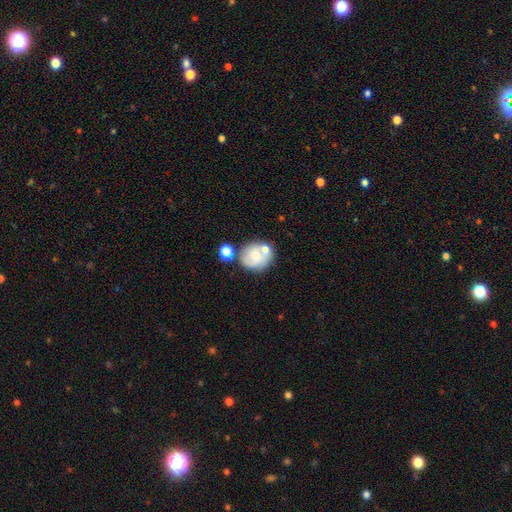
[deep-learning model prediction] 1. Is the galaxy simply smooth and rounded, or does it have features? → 51% smooth, 41% featured or disk, 9% star or artifact.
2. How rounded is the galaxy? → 75% round, 24% in between, 1% cigar-shaped.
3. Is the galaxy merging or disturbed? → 52% none, 26% merger, 16% minor disturbance, 6% major disturbance.